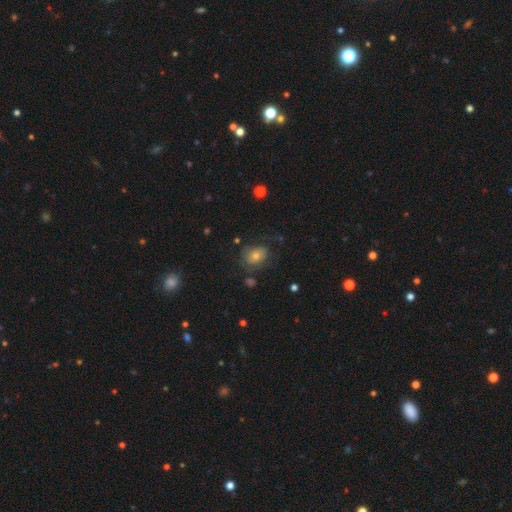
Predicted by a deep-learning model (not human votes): smooth 57%, featured or disk 25%, star or artifact 18%. Down the decision tree: how rounded — in between (52%); merging — none (67%).